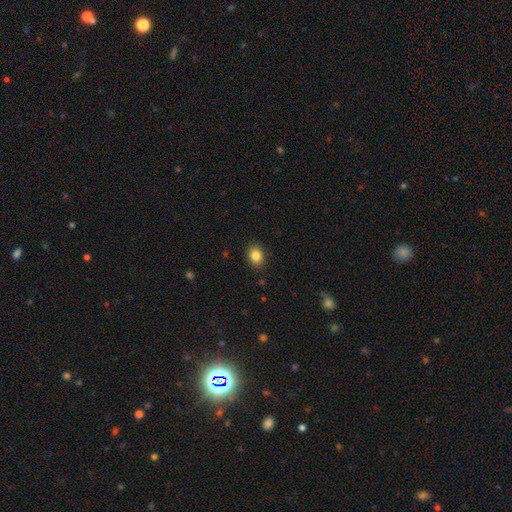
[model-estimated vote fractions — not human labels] Smooth or featured?
  - smooth: 85% *
  - star or artifact: 9%
  - featured or disk: 6%
How rounded?
  - in between: 60% *
  - round: 39%
  - cigar-shaped: 1%
Merging?
  - none: 88% *
  - minor disturbance: 9%
  - major disturbance: 2%
  - merger: 1%